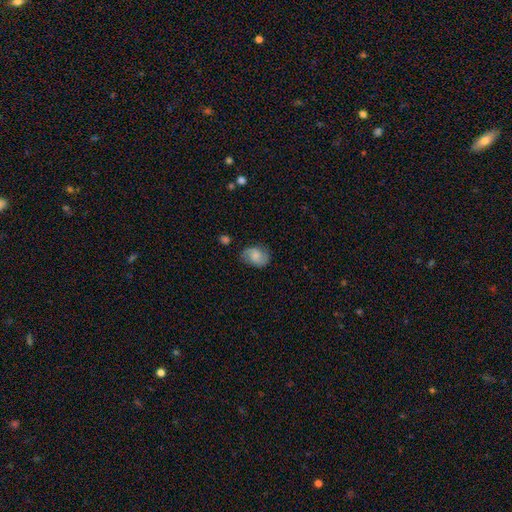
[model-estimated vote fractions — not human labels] smooth 59%, featured or disk 33%, star or artifact 8%. Down the decision tree: how rounded — in between (70%); merging — none (71%).